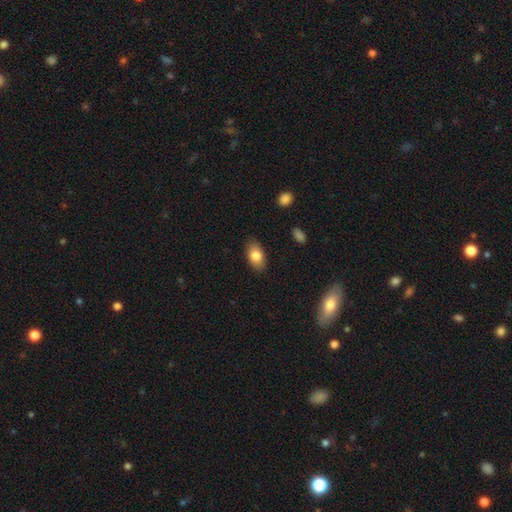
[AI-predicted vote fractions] This appears to be a smooth galaxy with no disk features (81%) that is in between round and cigar-shaped (90%). Merging: none (85%).